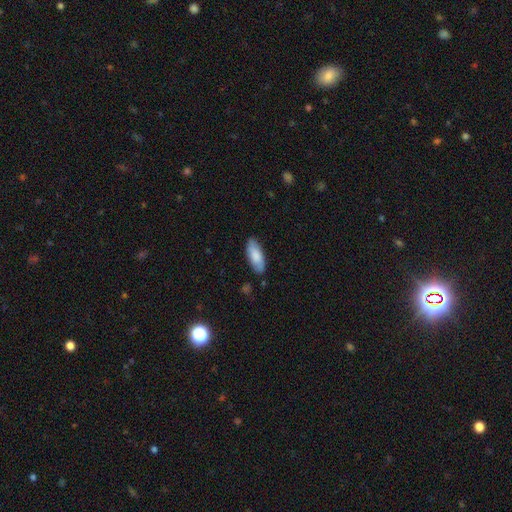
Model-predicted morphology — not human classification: Smooth or featured: smooth — 80% (featured or disk — 14%)
How rounded: in between — 78% (cigar-shaped — 20%)
Merging: none — 83% (minor disturbance — 13%)